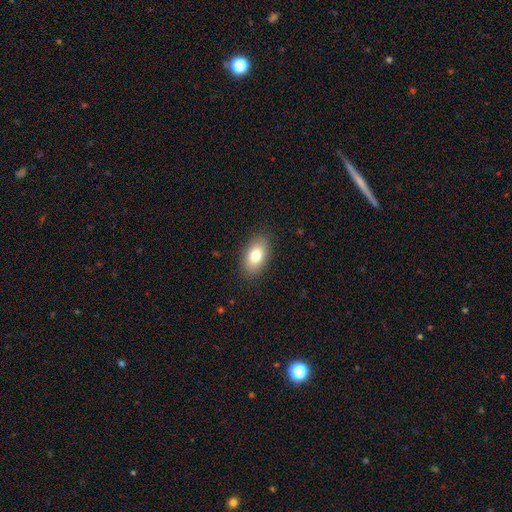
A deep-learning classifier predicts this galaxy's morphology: This is likely a smooth galaxy (78%). How rounded: clearly in between (91%). Merging: clearly none (88%).